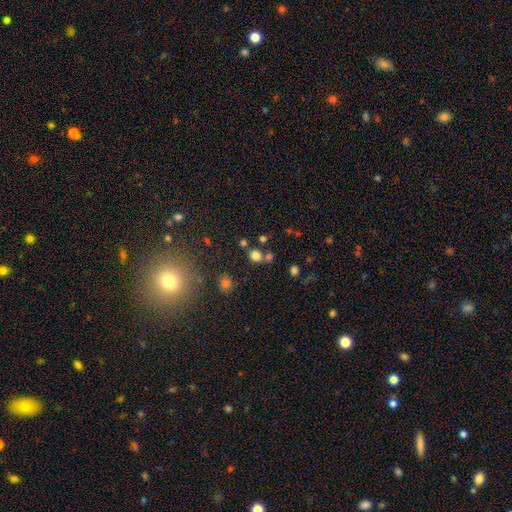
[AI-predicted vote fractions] The model was most divided on "merging": none: 67%, merger: 21%, minor disturbance: 8%, major disturbance: 4%. More confident: how rounded — round (83%); smooth or featured — smooth (76%).